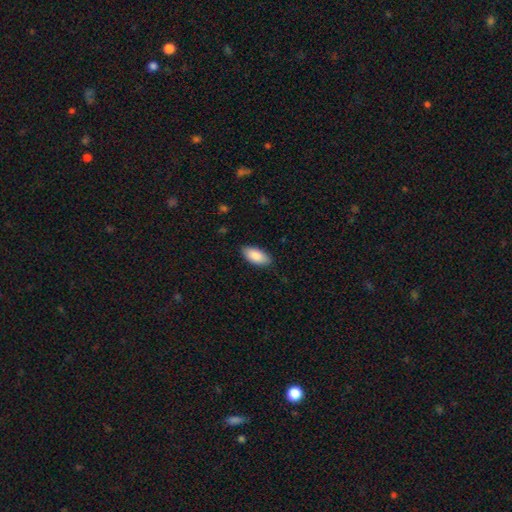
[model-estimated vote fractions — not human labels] smooth 89%, star or artifact 6%, featured or disk 6%. Down the decision tree: how rounded — in between (92%); merging — none (85%).